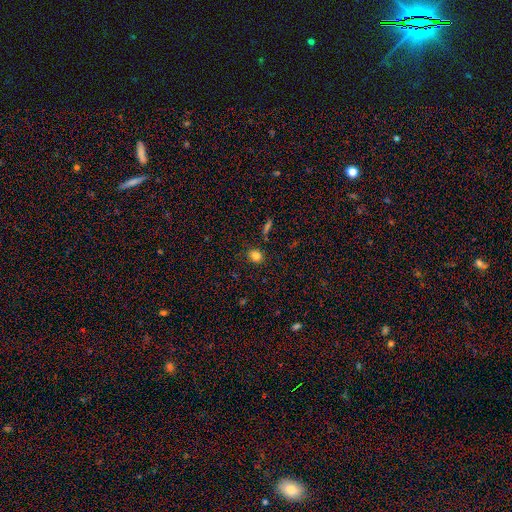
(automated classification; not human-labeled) Smooth or featured? Predicted: smooth (p=0.82). How rounded? Predicted: round (p=0.68). Merging? Predicted: none (p=0.86).